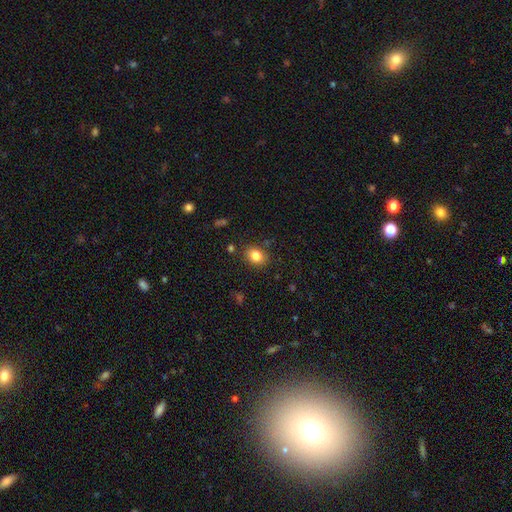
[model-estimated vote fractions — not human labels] Q: Smooth or featured?
A: smooth (82%); runner-up: star or artifact (10%)
Q: How rounded?
A: in between (61%); runner-up: round (38%)
Q: Merging?
A: none (83%); runner-up: minor disturbance (11%)